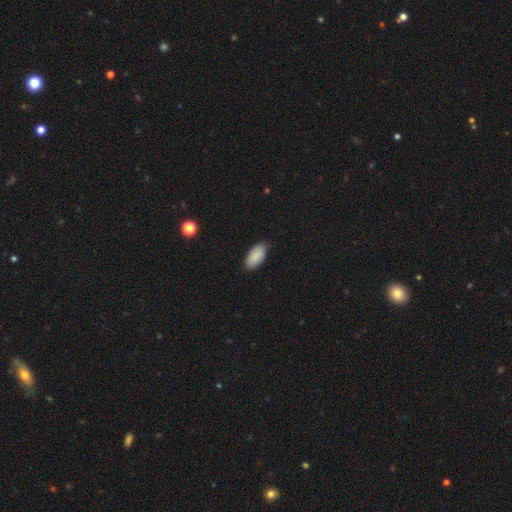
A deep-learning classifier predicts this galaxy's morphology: The model was most divided on "merging": none: 83%, minor disturbance: 13%, major disturbance: 2%, merger: 1%. More confident: how rounded — in between (94%); smooth or featured — smooth (88%).